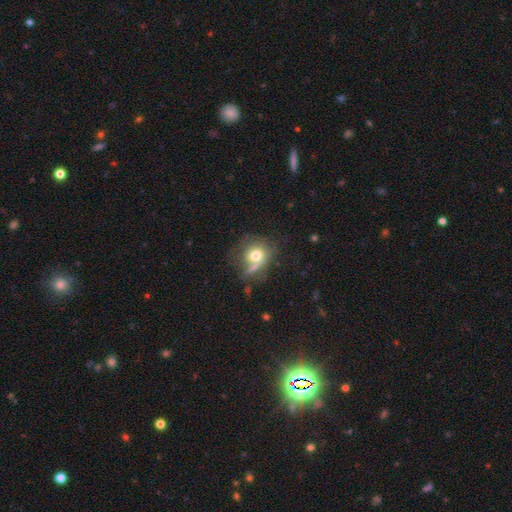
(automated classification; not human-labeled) The model was most divided on "merging": none: 45%, minor disturbance: 21%, merger: 17%, major disturbance: 17%. More confident: how rounded — round (74%); smooth or featured — smooth (68%).